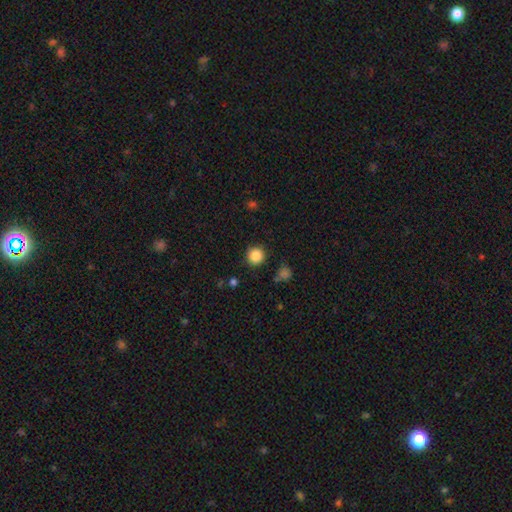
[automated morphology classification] smooth-or-featured: smooth: 86% | star or artifact: 10% | featured or disk: 3%
  how-rounded: round: 94% | in between: 5% | cigar-shaped: 1%
  merging: none: 89% | minor disturbance: 7% | major disturbance: 2% | merger: 2%